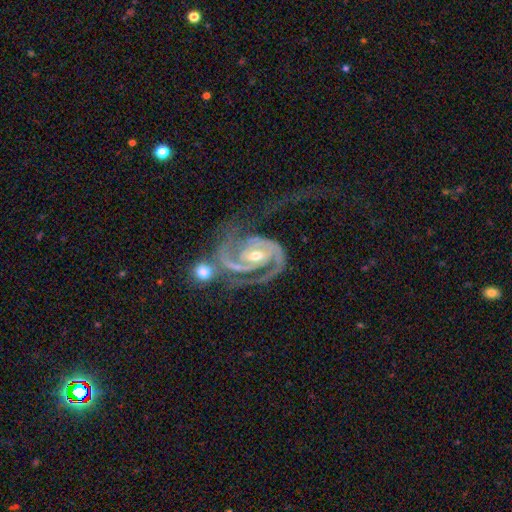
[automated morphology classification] Smooth or featured: featured or disk — 93% (star or artifact — 4%)
Edge-on disk: no — 98% (yes — 2%)
Bar: weak — 43% (no — 31%)
Spiral arms: yes — 98% (no — 2%)
Spiral winding: tight — 45% (medium — 44%)
Spiral arm count: 2 — 75% (3 — 9%)
Bulge size: moderate — 61% (small — 34%)
Merging: none — 36% (major disturbance — 31%)